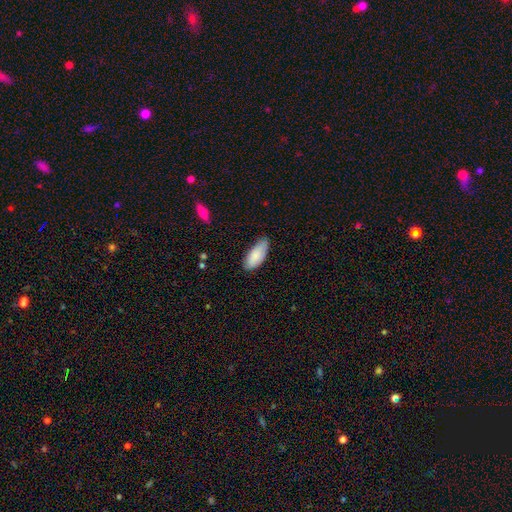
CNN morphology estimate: smooth_or_featured: smooth (p=0.86) [alt: featured or disk p=0.08]
how_rounded: in between (p=0.85) [alt: cigar-shaped p=0.13]
merging: none (p=0.70) [alt: minor disturbance p=0.25]